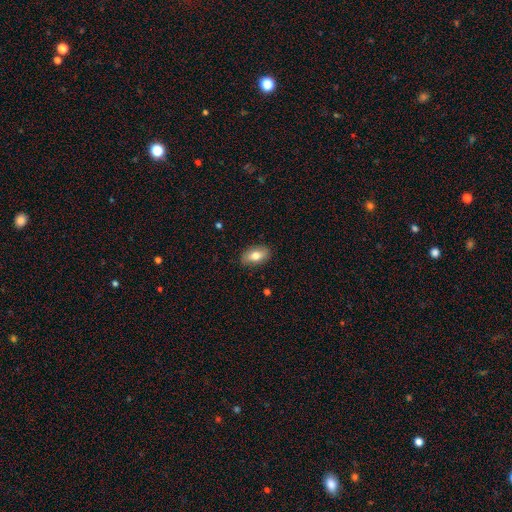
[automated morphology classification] A smooth galaxy with no disk features (75%) that is in between round and cigar-shaped (90%). Merging: none (86%).